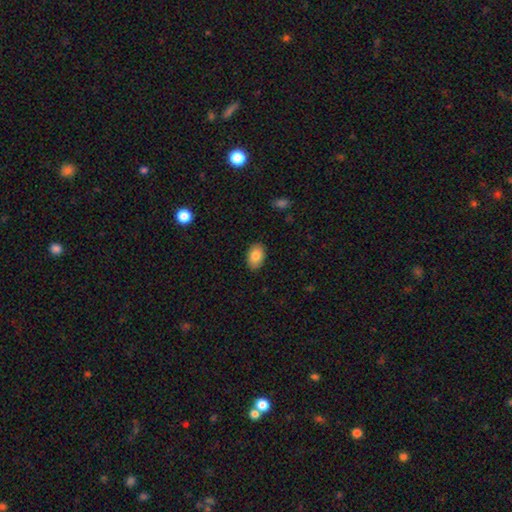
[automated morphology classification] This appears to be a smooth galaxy with no disk features (85%) that is in between round and cigar-shaped (90%). Merging: none (88%).